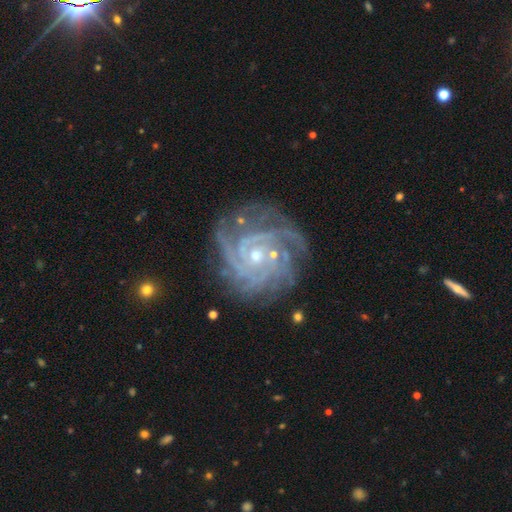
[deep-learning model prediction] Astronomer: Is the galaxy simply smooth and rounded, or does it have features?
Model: featured or disk — 89%.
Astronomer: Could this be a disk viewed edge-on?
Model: no — 98%.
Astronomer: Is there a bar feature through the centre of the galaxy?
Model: no — 70%.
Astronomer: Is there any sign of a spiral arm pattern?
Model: yes — 98%.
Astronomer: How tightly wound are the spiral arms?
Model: tight — 75%.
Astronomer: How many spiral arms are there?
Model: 4 — 28% (runner-up: more than 4, 23%).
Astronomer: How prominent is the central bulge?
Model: small — 65%.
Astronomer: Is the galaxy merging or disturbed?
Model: none — 71%.